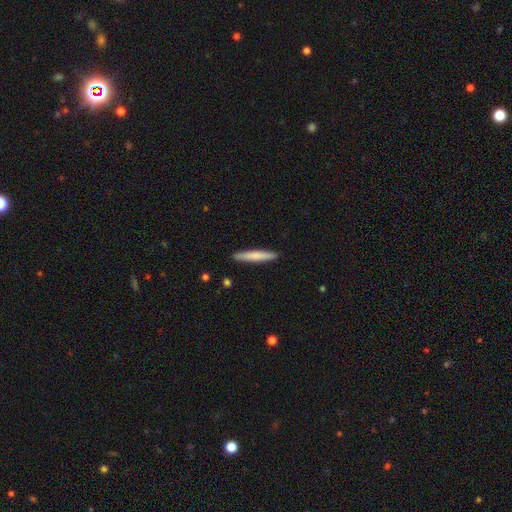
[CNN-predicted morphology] smooth_or_featured: smooth (p=0.72) [alt: featured or disk p=0.23]
how_rounded: cigar-shaped (p=0.95) [alt: in between p=0.04]
merging: none (p=0.92) [alt: minor disturbance p=0.06]